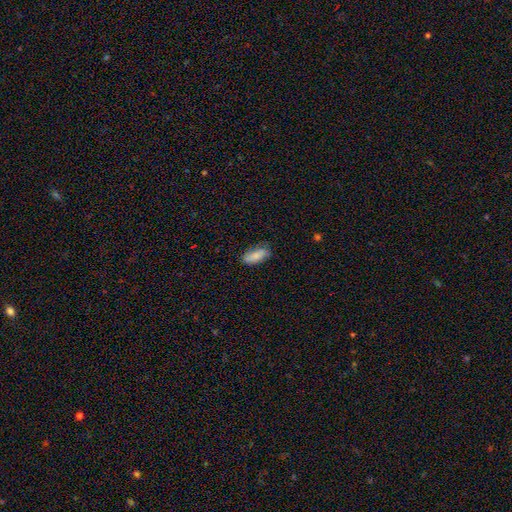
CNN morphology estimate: Q: Smooth or featured?
A: smooth (83%); runner-up: featured or disk (11%)
Q: How rounded?
A: in between (82%); runner-up: cigar-shaped (15%)
Q: Merging?
A: none (74%); runner-up: minor disturbance (21%)